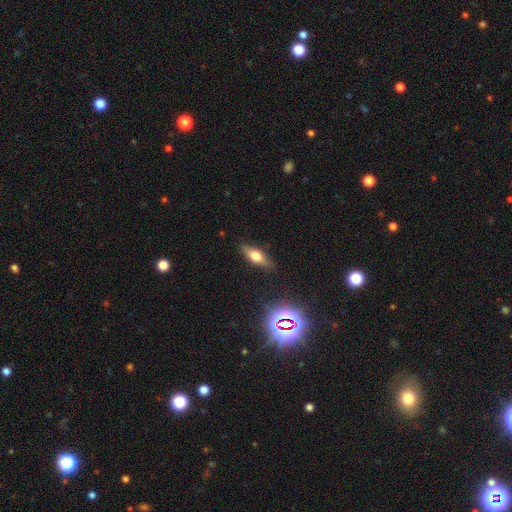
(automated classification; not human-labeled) smooth_or_featured: featured or disk (p=0.44) [tied with: smooth p=0.44]
merging: none (p=0.85) [alt: minor disturbance p=0.11]